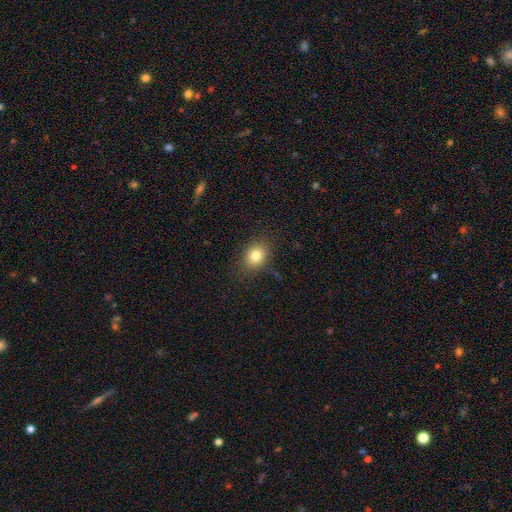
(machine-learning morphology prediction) A smooth galaxy with no disk features (80%) that is in between round and cigar-shaped (52%). Merging: none (85%).